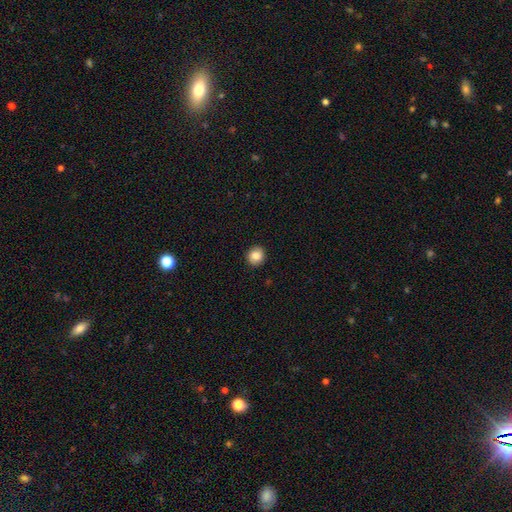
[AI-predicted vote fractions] This appears to be a smooth galaxy with no disk features (85%) that is round (89%). Merging: none (91%).